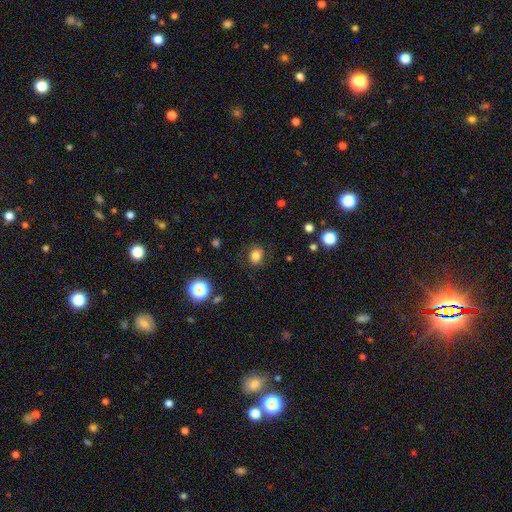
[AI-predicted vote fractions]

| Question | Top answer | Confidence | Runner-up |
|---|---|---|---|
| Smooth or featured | smooth | 78% | star or artifact (14%) |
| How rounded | round | 70% | in between (29%) |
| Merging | none | 81% | minor disturbance (12%) |